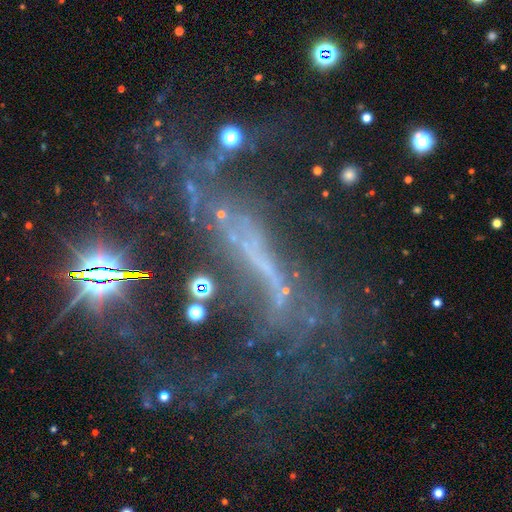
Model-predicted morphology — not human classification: Smooth or featured? Predicted: featured or disk (p=0.57). Edge-on disk? Predicted: no (p=0.70). Merging? Predicted: major disturbance (p=0.41).